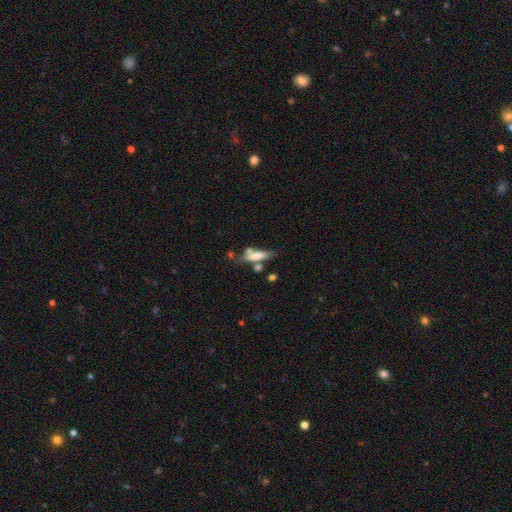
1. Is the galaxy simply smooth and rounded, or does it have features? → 67% smooth, 31% featured or disk, 3% star or artifact.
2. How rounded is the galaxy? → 65% cigar-shaped, 31% in between, 4% round.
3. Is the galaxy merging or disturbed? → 55% none, 29% merger, 11% minor disturbance, 5% major disturbance.